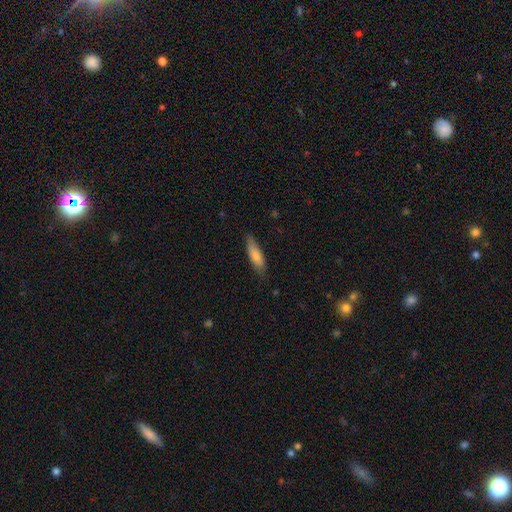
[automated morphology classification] A smooth galaxy with no disk features (79%) that is cigar-shaped (60%).

Vote fractions:
- Smooth or featured? smooth: 79% / featured or disk: 15% / star or artifact: 6%
- How rounded? cigar-shaped: 60% / in between: 39% / round: 2%
- Merging? none: 75% / minor disturbance: 21% / major disturbance: 3% / merger: 1%